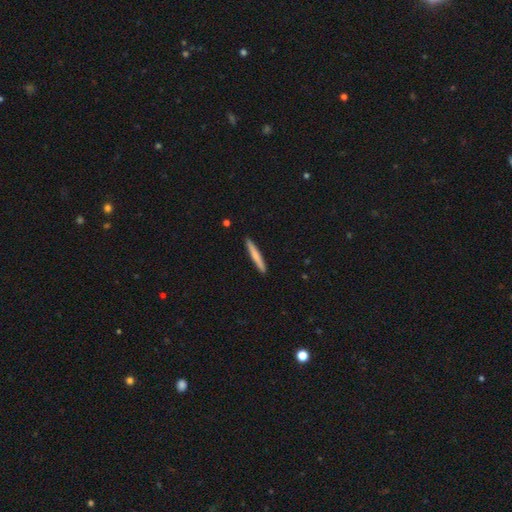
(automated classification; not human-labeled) The model was most divided on "smooth or featured": smooth: 70%, featured or disk: 25%, star or artifact: 5%. More confident: how rounded — cigar-shaped (96%); merging — none (92%).